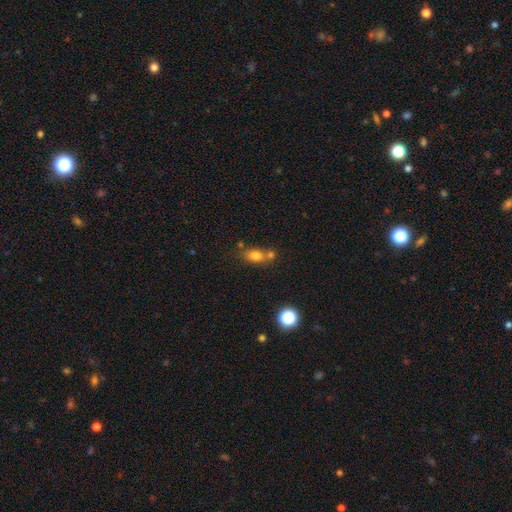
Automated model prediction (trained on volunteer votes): Smooth or featured: smooth — 76% (star or artifact — 13%)
How rounded: in between — 64% (round — 32%)
Merging: none — 45% (merger — 37%)